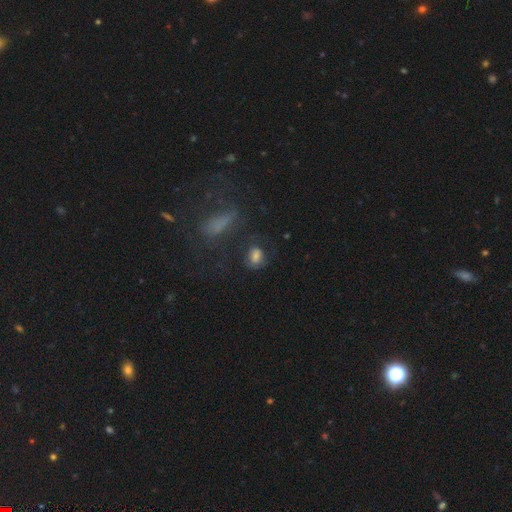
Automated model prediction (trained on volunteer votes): Smooth or featured? smooth (64%)
How rounded? in between (60%)
Merging? none (62%)